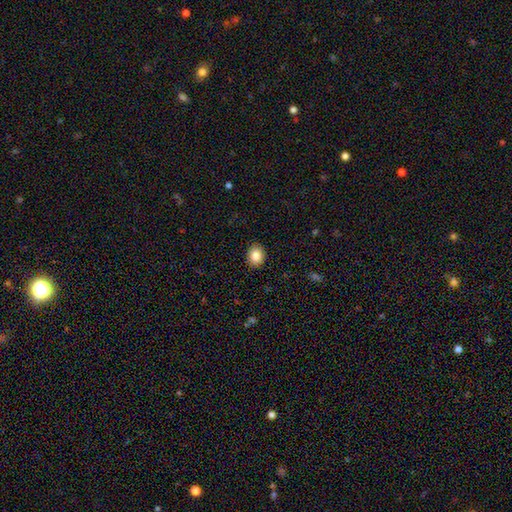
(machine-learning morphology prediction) smooth_or_featured: smooth (p=0.85) [alt: star or artifact p=0.09]
how_rounded: round (p=0.55) [alt: in between p=0.44]
merging: none (p=0.90) [alt: minor disturbance p=0.07]